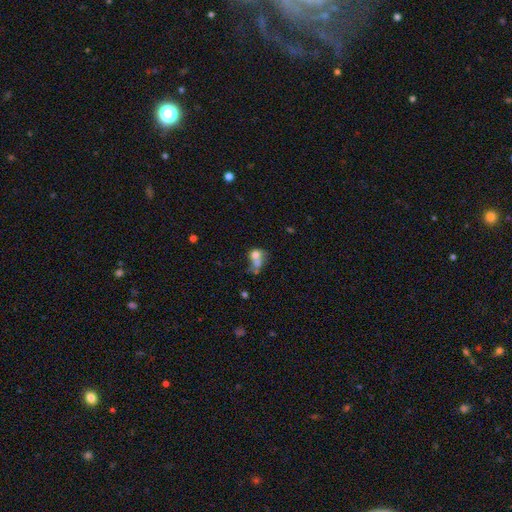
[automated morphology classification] type=smooth (66%); roundness=round (56%); merging=merger (57%).